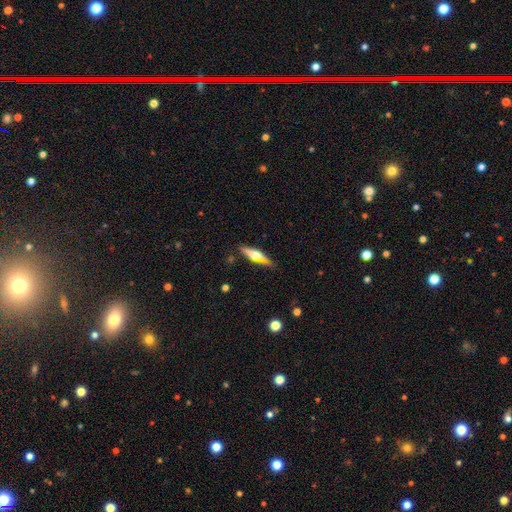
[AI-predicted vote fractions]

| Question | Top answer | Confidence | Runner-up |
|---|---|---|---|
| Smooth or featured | featured or disk | 53% | smooth (41%) |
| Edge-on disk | yes | 92% | no (8%) |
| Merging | none | 78% | minor disturbance (16%) |